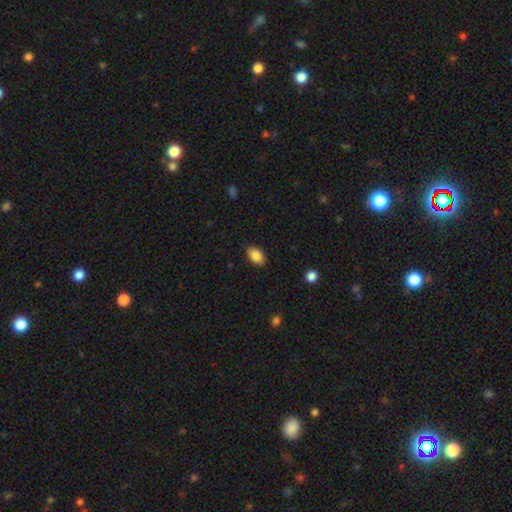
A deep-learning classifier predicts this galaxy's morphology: smooth_or_featured: smooth (p=0.86) [alt: star or artifact p=0.08]
how_rounded: in between (p=0.90) [alt: round p=0.08]
merging: none (p=0.87) [alt: minor disturbance p=0.10]